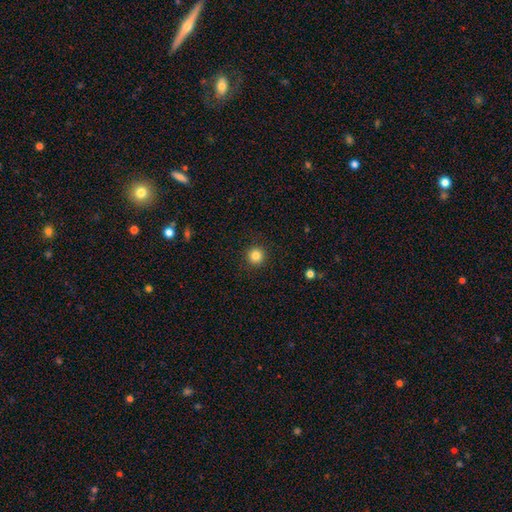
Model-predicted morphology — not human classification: Smooth or featured? smooth (84%)
How rounded? round (95%)
Merging? none (92%)